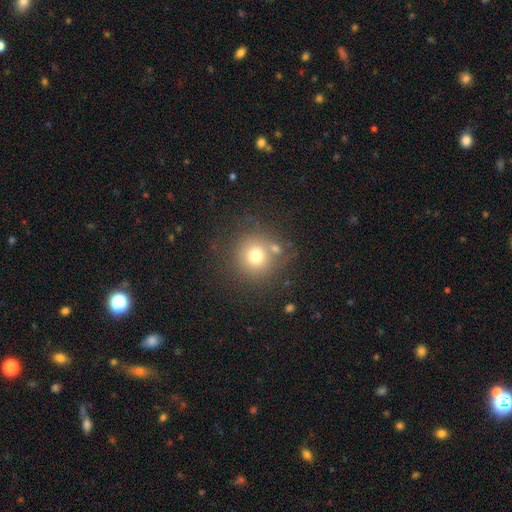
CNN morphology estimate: This is likely a smooth galaxy (72%). How rounded: clearly round (92%). Merging: likely none (67%).